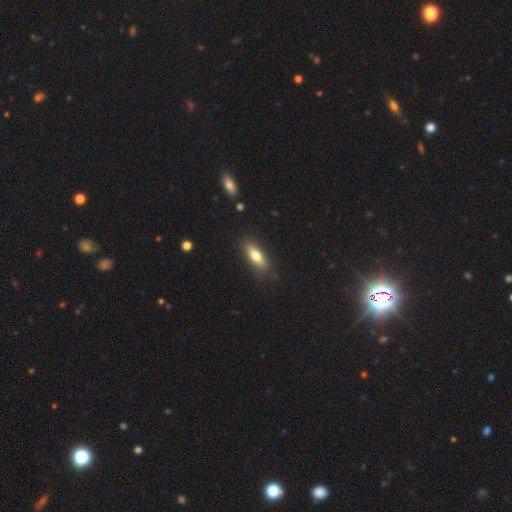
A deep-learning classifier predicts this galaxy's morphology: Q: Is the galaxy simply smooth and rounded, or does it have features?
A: smooth — 70%.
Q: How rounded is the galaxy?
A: in between — 59%.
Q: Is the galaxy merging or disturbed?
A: none — 85%.